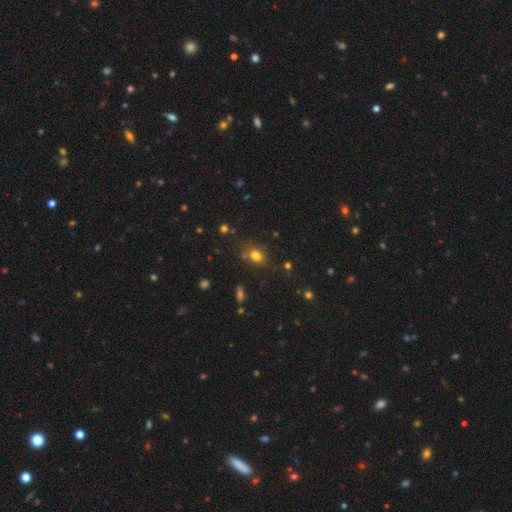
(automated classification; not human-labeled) Q: Smooth or featured?
A: smooth (73%); runner-up: star or artifact (18%)
Q: How rounded?
A: in between (57%); runner-up: round (41%)
Q: Merging?
A: none (68%); runner-up: minor disturbance (16%)